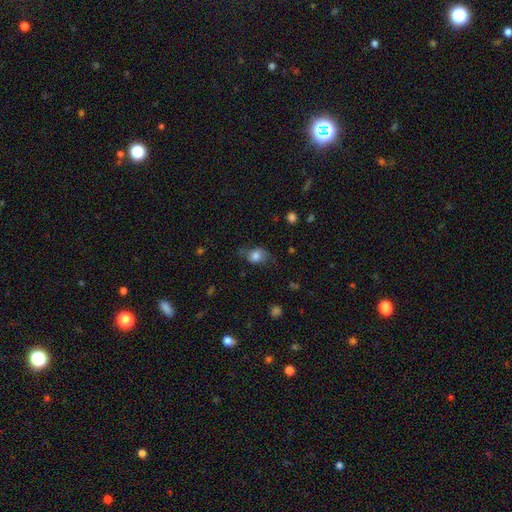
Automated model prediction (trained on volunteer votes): Smooth or featured? Predicted: smooth (p=0.74). How rounded? Predicted: in between (p=0.66). Merging? Predicted: none (p=0.54).